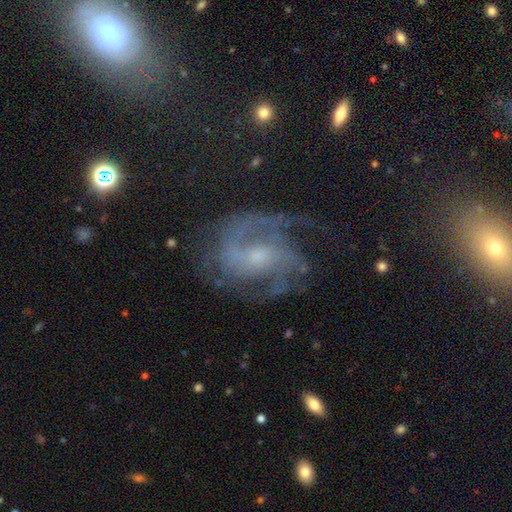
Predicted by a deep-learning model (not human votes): smooth-or-featured: featured or disk: 85% | star or artifact: 9% | smooth: 7%
  disk-edge-on: no: 98% | yes: 2%
    bar: weak: 45% | no: 44% | strong: 11%
    has-spiral-arms: yes: 96% | no: 4%
      spiral-winding: medium: 52% | tight: 31% | loose: 17%
      spiral-arm-count: 2: 43% | 3: 20% | can't tell: 17% | 1: 7% | 4: 7% | more than 4: 6%
    bulge-size: small: 55% | moderate: 34% | none: 7% | large: 3% | dominant: 1%
  merging: none: 64% | minor disturbance: 18% | major disturbance: 17% | merger: 2%